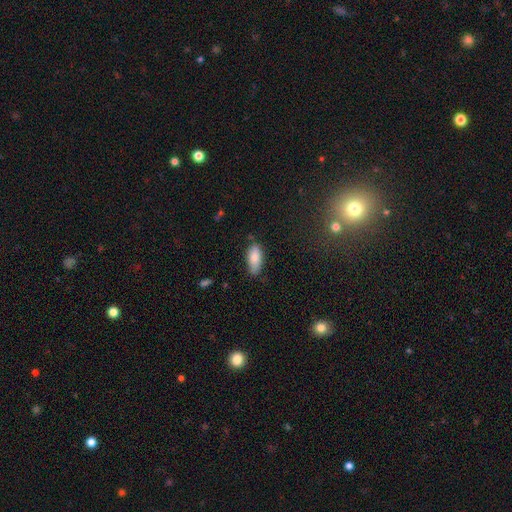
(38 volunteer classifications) smooth 89%, star or artifact 8%, featured or disk 3%. Down the decision tree: how rounded — in between (65%); merging — none (74%).